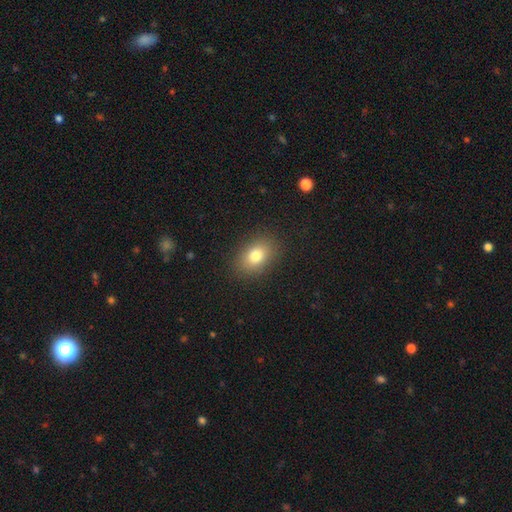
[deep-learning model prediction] This appears to be a smooth galaxy with no disk features (80%) that is in between round and cigar-shaped (77%). Merging: none (87%).